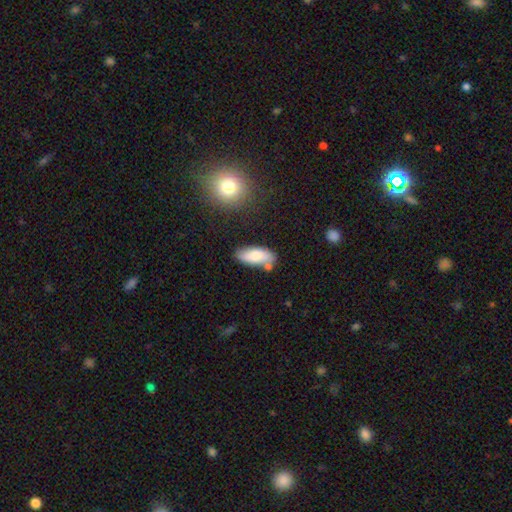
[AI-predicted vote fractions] smooth-or-featured: smooth: 76% | featured or disk: 17% | star or artifact: 7%
  how-rounded: in between: 83% | cigar-shaped: 14% | round: 2%
  merging: none: 66% | minor disturbance: 18% | merger: 11% | major disturbance: 4%